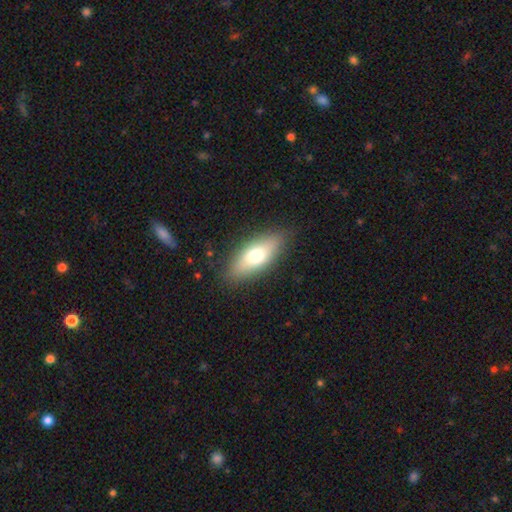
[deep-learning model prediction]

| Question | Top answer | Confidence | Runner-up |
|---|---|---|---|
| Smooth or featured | smooth | 69% | featured or disk (24%) |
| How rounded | in between | 75% | cigar-shaped (21%) |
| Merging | none | 85% | minor disturbance (11%) |